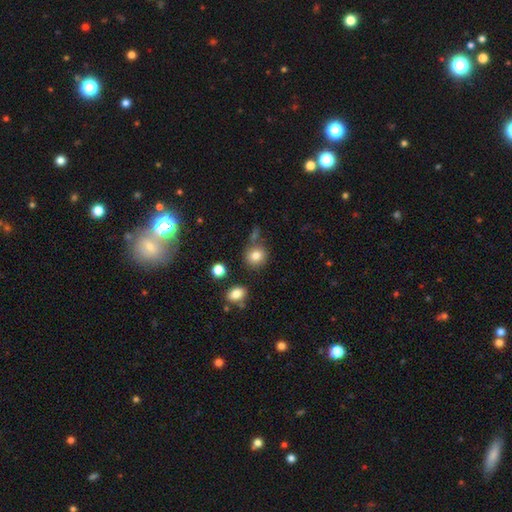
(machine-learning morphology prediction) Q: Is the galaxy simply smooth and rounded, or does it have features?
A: smooth — 82%.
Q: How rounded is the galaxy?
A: round — 80%.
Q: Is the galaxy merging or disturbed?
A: none — 71%.